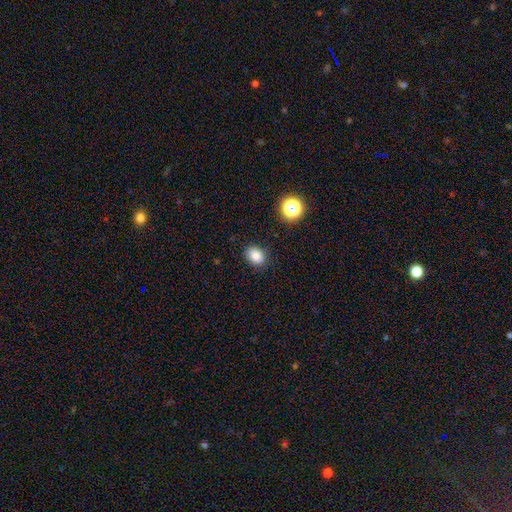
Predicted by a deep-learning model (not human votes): Overall: smooth (83%). How rounded: in between (58%; round 41%). Merging: none (86%).